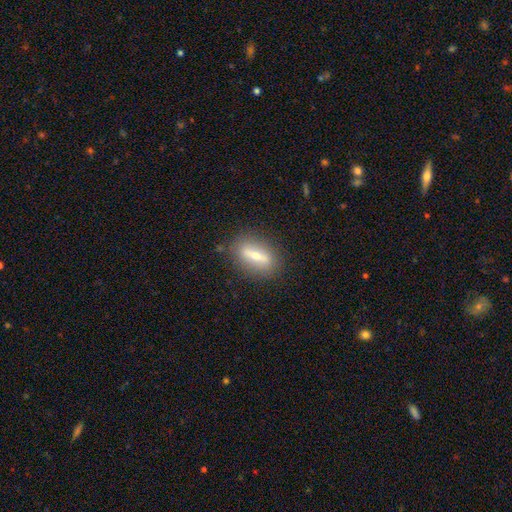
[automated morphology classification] featured or disk 49%, smooth 43%, star or artifact 9%. Down the decision tree: merging — none (84%).